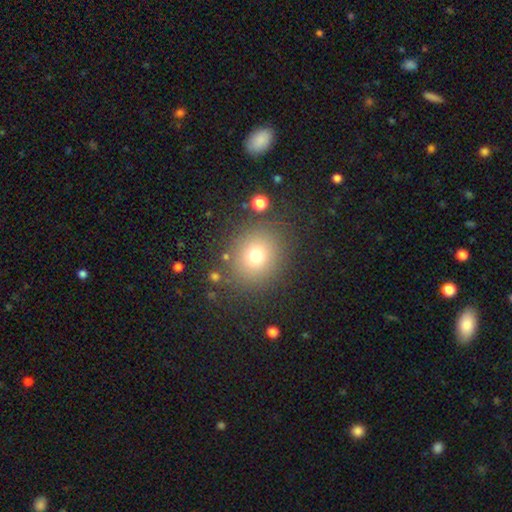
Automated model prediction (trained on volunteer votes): smooth_or_featured: smooth (p=0.72) [alt: star or artifact p=0.17]
how_rounded: round (p=0.78) [alt: in between p=0.21]
merging: none (p=0.83) [alt: minor disturbance p=0.09]